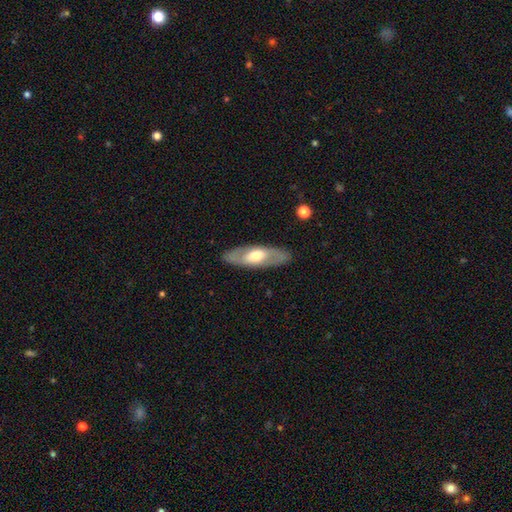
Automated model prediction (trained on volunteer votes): Overall: featured or disk (59%; smooth 36%). Edge-on disk: no (75%). Merging: none (86%).